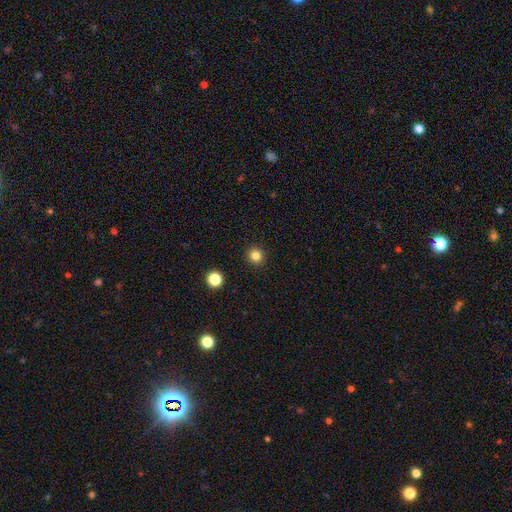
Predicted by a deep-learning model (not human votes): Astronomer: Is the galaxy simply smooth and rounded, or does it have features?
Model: smooth — 82%.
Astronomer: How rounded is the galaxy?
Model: round — 94%.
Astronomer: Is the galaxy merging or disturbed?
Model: none — 93%.